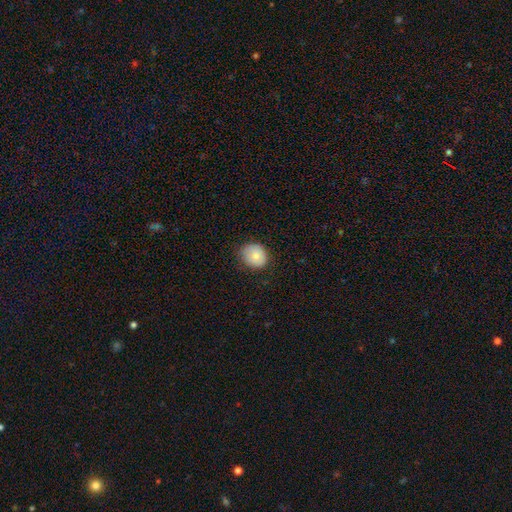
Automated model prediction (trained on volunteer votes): Q: Smooth or featured?
A: smooth (83%); runner-up: featured or disk (10%)
Q: How rounded?
A: round (66%); runner-up: in between (33%)
Q: Merging?
A: none (73%); runner-up: minor disturbance (22%)